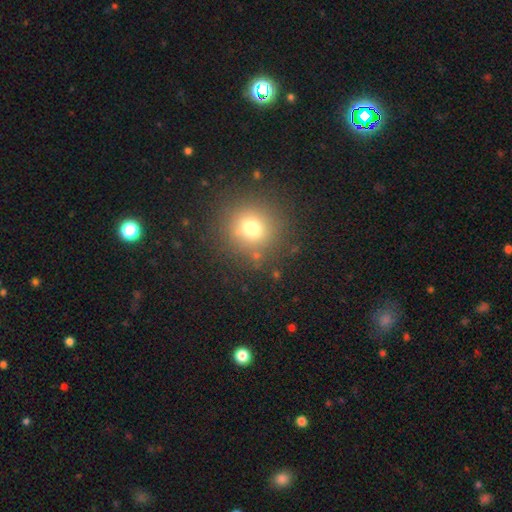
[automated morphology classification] Smooth or featured?
  - smooth: 72% *
  - star or artifact: 19%
  - featured or disk: 10%
How rounded?
  - round: 91% *
  - in between: 8%
  - cigar-shaped: 1%
Merging?
  - none: 86% *
  - minor disturbance: 8%
  - major disturbance: 3%
  - merger: 3%